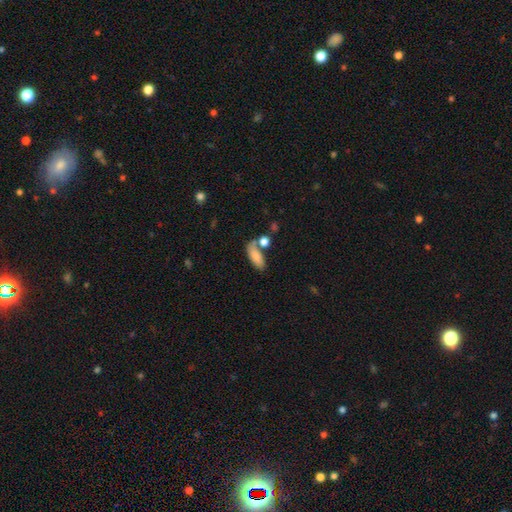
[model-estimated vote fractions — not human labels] smooth 83%, featured or disk 10%, star or artifact 8%. Down the decision tree: how rounded — in between (76%); merging — none (60%).